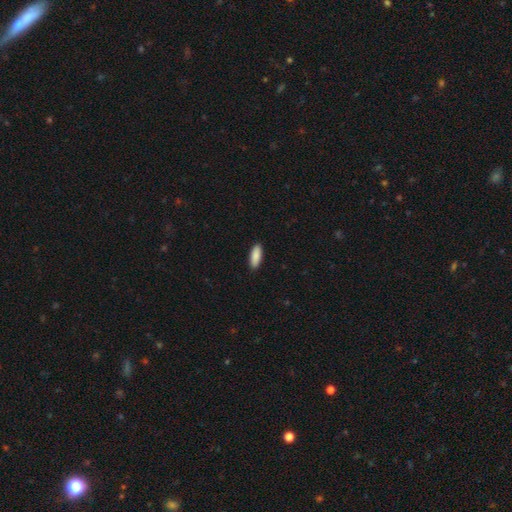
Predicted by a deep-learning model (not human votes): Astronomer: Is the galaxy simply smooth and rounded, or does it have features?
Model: smooth — 89%.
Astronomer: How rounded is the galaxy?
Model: in between — 69%.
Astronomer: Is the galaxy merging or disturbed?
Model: none — 90%.